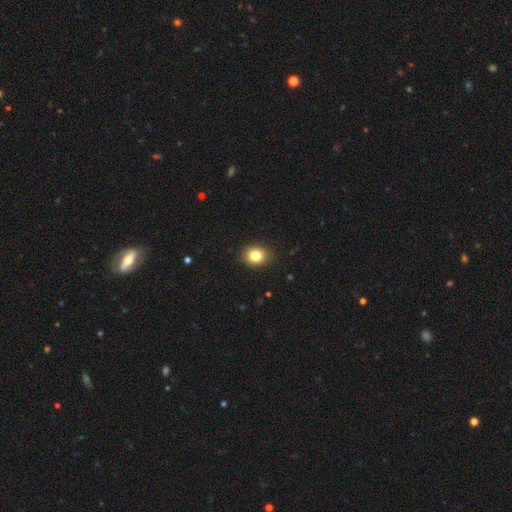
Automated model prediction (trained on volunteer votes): Q: Smooth or featured?
A: smooth (83%); runner-up: star or artifact (10%)
Q: How rounded?
A: round (54%); runner-up: in between (45%)
Q: Merging?
A: none (89%); runner-up: minor disturbance (8%)